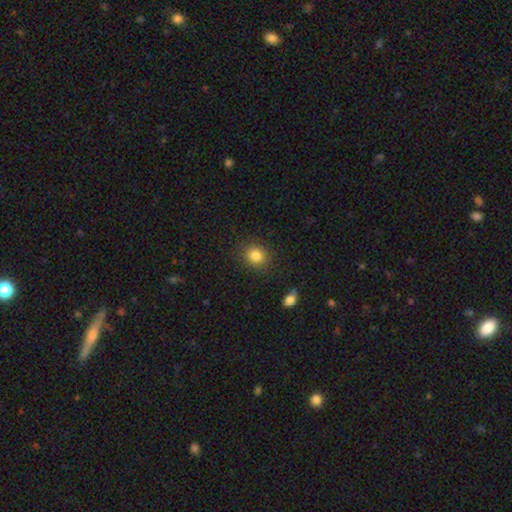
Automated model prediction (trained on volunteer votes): smooth_or_featured: smooth (p=0.83) [alt: star or artifact p=0.10]
how_rounded: round (p=0.72) [alt: in between p=0.27]
merging: none (p=0.86) [alt: minor disturbance p=0.09]